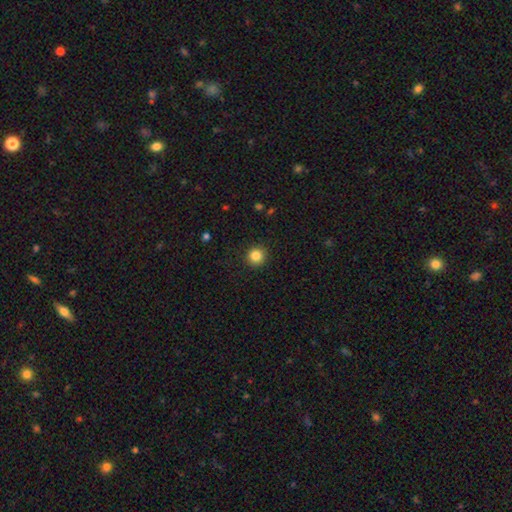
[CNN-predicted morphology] A smooth galaxy with no disk features (85%) that is round (94%).

Vote fractions:
- Smooth or featured? smooth: 85% / star or artifact: 11% / featured or disk: 4%
- How rounded? round: 94% / in between: 5% / cigar-shaped: 1%
- Merging? none: 92% / minor disturbance: 5% / major disturbance: 2% / merger: 1%